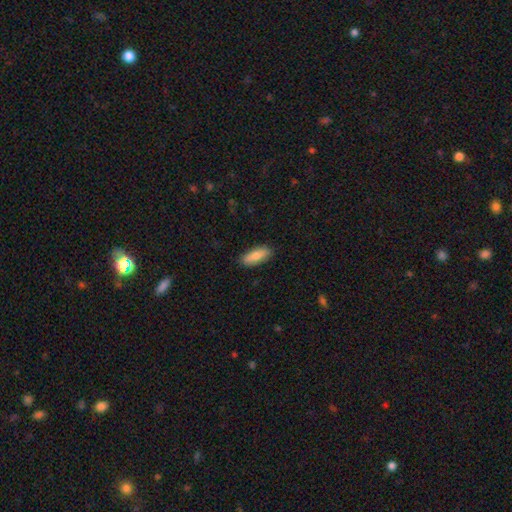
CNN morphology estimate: Smooth or featured: smooth — 84% (featured or disk — 10%)
How rounded: in between — 70% (cigar-shaped — 28%)
Merging: none — 88% (minor disturbance — 9%)